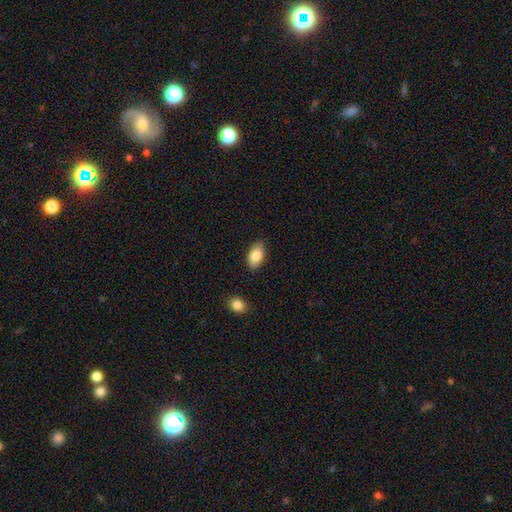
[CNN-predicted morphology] Smooth or featured: smooth — 85% (featured or disk — 8%)
How rounded: in between — 93% (round — 5%)
Merging: none — 85% (minor disturbance — 11%)